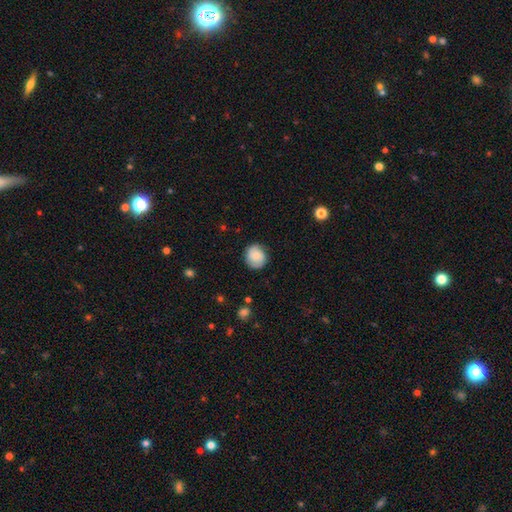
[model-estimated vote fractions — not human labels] Overall: smooth (75%). How rounded: round (80%). Merging: none (79%).